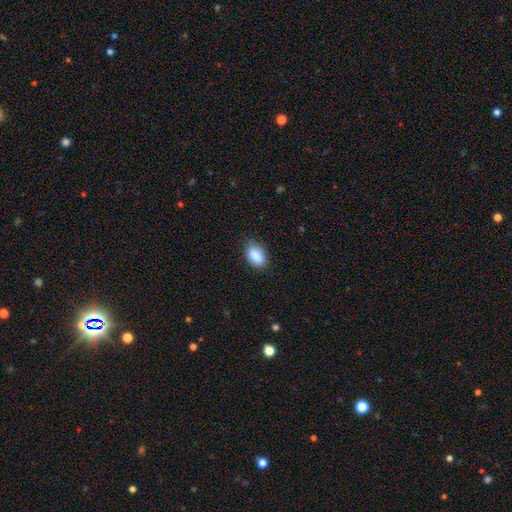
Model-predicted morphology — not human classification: Smooth or featured? smooth (89%)
How rounded? in between (91%)
Merging? none (82%)